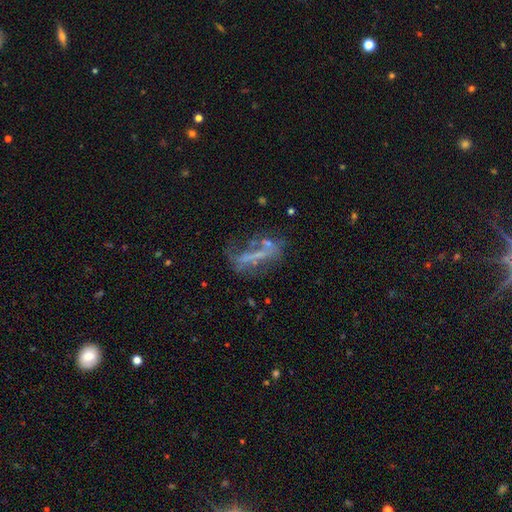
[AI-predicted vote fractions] Smooth or featured? Predicted: featured or disk (p=0.53). Edge-on disk? Predicted: no (p=0.79). Merging? Predicted: none (p=0.40).